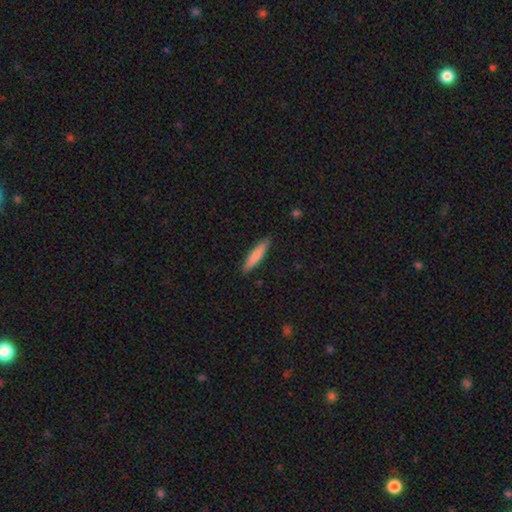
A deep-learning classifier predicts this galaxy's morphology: This is likely a smooth galaxy (78%). How rounded: clearly cigar-shaped (87%). Merging: clearly none (90%).